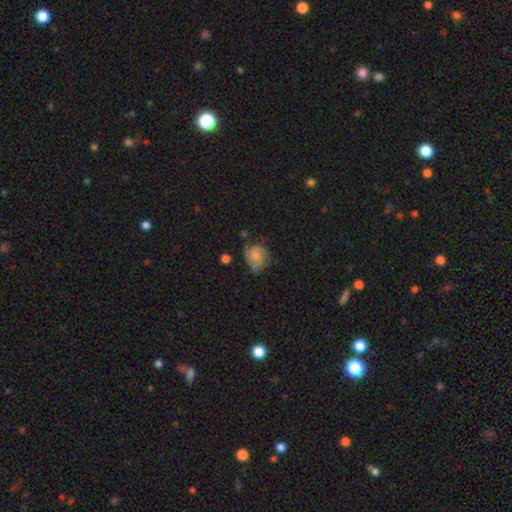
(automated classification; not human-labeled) Morphology: type=smooth (66%); roundness=round (56%); merging=none (42%).